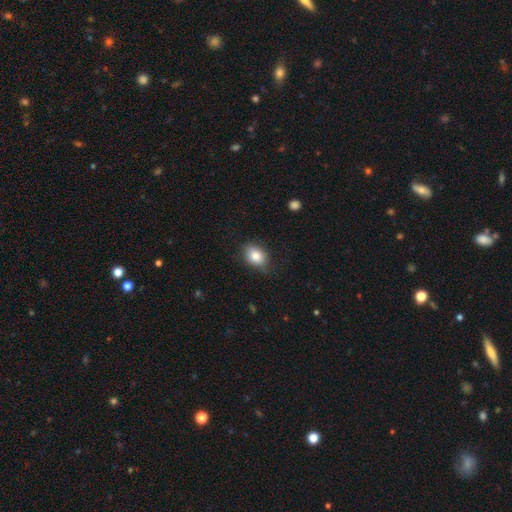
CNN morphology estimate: A smooth galaxy with no disk features (82%) that is in between round and cigar-shaped (61%).

Vote fractions:
- Smooth or featured? smooth: 82% / featured or disk: 9% / star or artifact: 9%
- How rounded? in between: 61% / round: 38% / cigar-shaped: 1%
- Merging? none: 74% / minor disturbance: 21% / major disturbance: 4% / merger: 1%